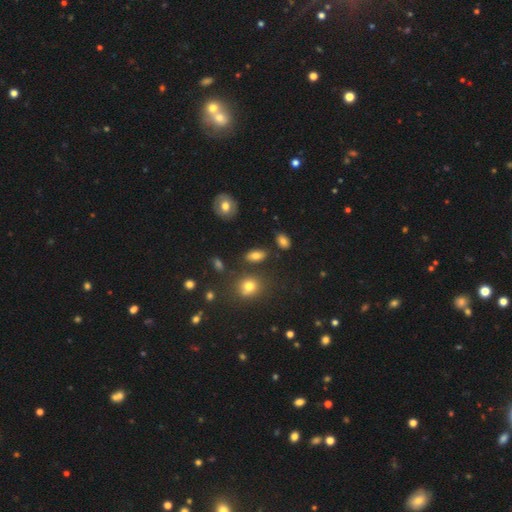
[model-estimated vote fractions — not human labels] Smooth or featured? Predicted: smooth (p=0.77). How rounded? Predicted: in between (p=0.82). Merging? Predicted: none (p=0.81).